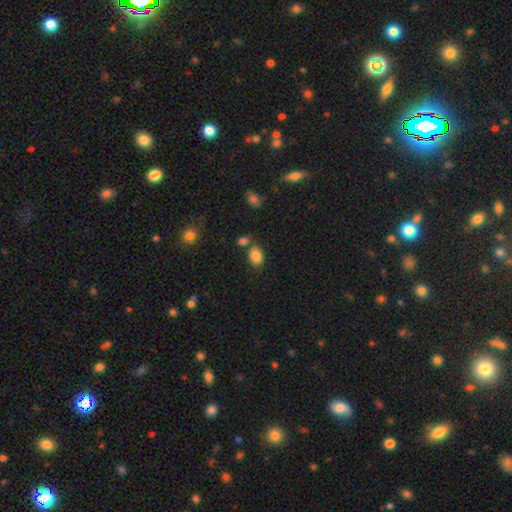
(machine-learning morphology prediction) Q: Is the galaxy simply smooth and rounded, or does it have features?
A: smooth — 85%.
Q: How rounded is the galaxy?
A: in between — 79%.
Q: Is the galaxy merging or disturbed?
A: none — 68%.